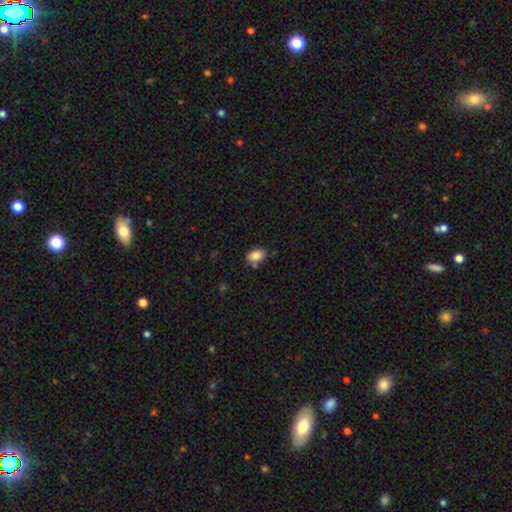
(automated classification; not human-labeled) Smooth or featured? Predicted: smooth (p=0.86). How rounded? Predicted: in between (p=0.88). Merging? Predicted: none (p=0.75).